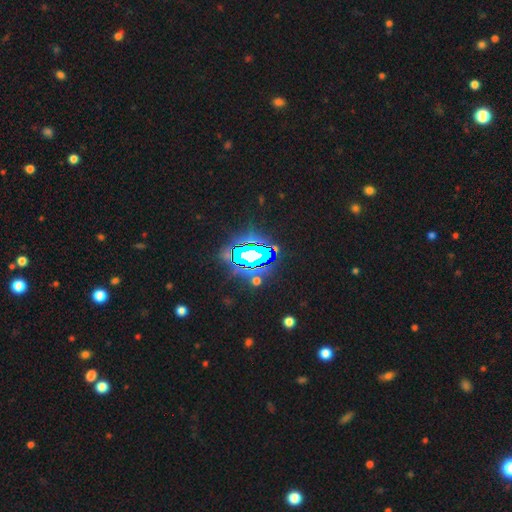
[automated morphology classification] This appears to be a star or artifact, not a galaxy (74%).